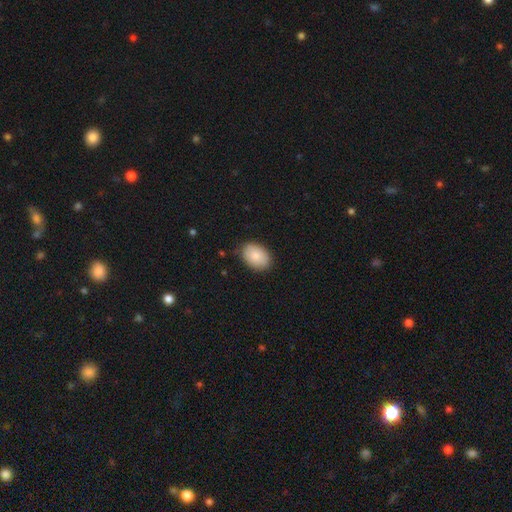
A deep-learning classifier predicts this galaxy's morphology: Smooth or featured?
  - smooth: 86% *
  - featured or disk: 8%
  - star or artifact: 6%
How rounded?
  - in between: 84% *
  - round: 15%
  - cigar-shaped: 1%
Merging?
  - none: 85% *
  - minor disturbance: 12%
  - major disturbance: 2%
  - merger: 1%